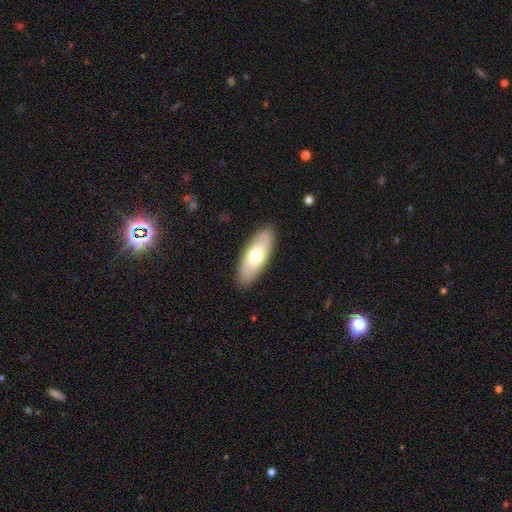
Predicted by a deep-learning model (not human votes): A smooth galaxy with no disk features (69%) that is in between round and cigar-shaped (71%). Merging: none (87%).